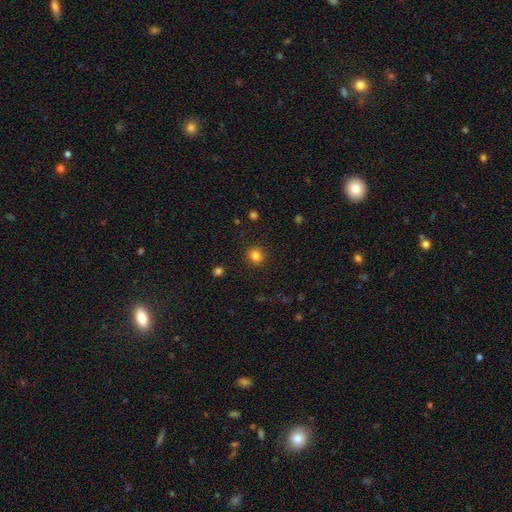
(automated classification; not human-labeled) A smooth galaxy with no disk features (83%) that is round (90%).

Vote fractions:
- Smooth or featured? smooth: 83% / star or artifact: 12% / featured or disk: 5%
- How rounded? round: 90% / in between: 10% / cigar-shaped: 1%
- Merging? none: 91% / minor disturbance: 6% / major disturbance: 2% / merger: 1%